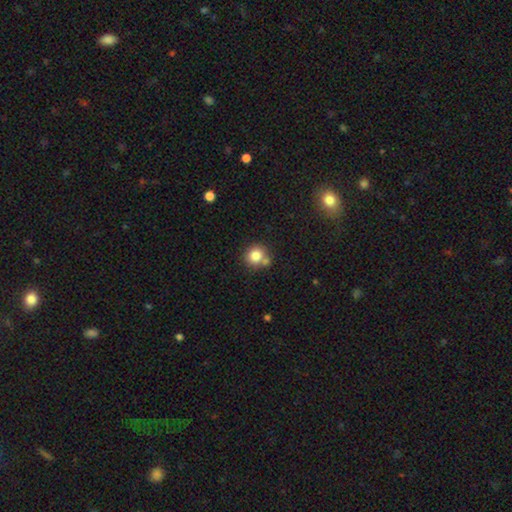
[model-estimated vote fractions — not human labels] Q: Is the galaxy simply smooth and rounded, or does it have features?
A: smooth — 81%.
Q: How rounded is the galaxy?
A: round — 86%.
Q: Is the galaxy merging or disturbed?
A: none — 64%.